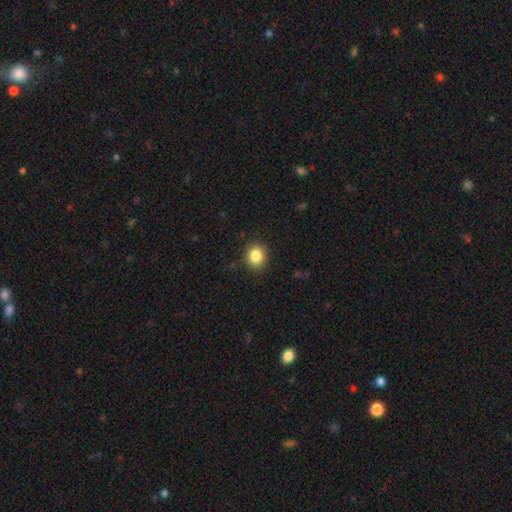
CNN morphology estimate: A smooth galaxy with no disk features (85%) that is round (77%). Merging: none (88%).